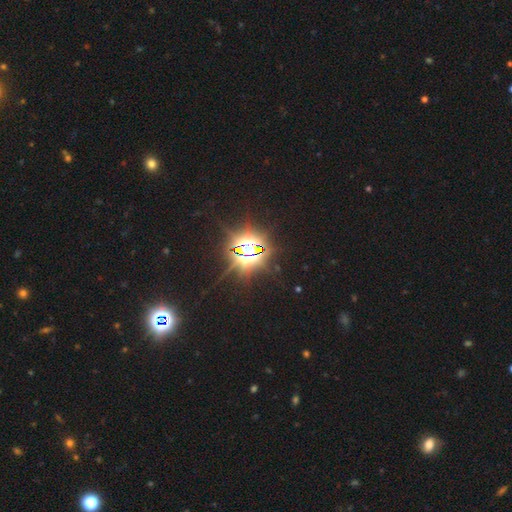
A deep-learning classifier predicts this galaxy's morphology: smooth_or_featured: star or artifact (p=0.84) [alt: featured or disk p=0.09]